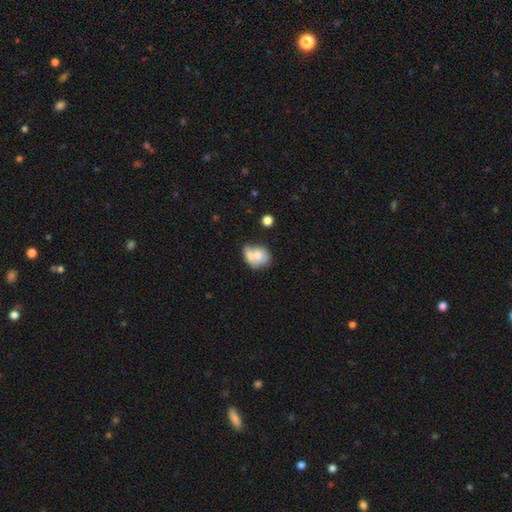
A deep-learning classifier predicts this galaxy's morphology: Smooth or featured? Predicted: smooth (p=0.67). How rounded? Predicted: round (p=0.50). Merging? Predicted: merger (p=0.48).